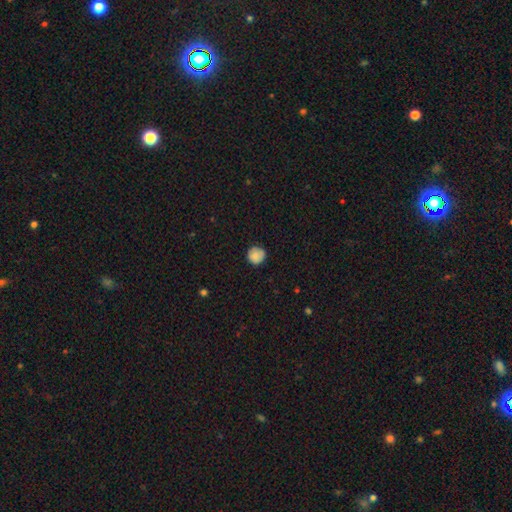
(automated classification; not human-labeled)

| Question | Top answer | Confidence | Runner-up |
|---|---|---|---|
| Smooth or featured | smooth | 83% | featured or disk (9%) |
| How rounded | round | 93% | in between (6%) |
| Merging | none | 82% | minor disturbance (14%) |